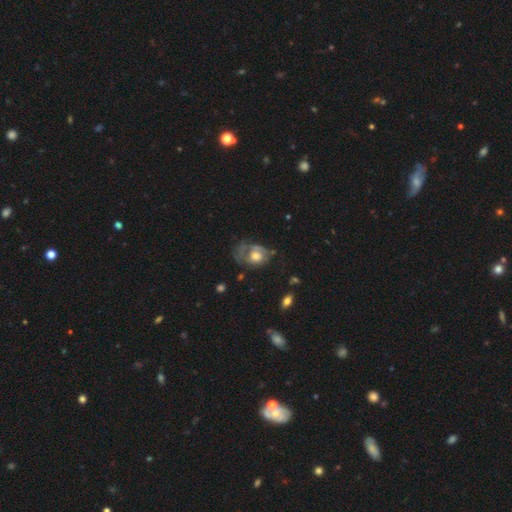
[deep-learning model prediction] Smooth or featured?
  - featured or disk: 56% *
  - smooth: 36%
  - star or artifact: 8%
Edge-on disk?
  - no: 96% *
  - yes: 4%
Bar?
  - no: 83% *
  - weak: 14%
  - strong: 3%
Spiral arms?
  - yes: 57% *
  - no: 43%
Bulge size?
  - moderate: 52% *
  - large: 33%
  - small: 10%
  - dominant: 3%
  - none: 3%
Merging?
  - major disturbance: 40% *
  - none: 33%
  - minor disturbance: 24%
  - merger: 3%